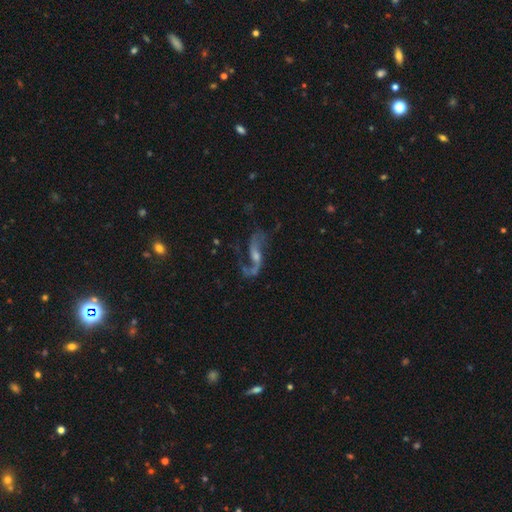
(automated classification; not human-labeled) smooth_or_featured: featured or disk (p=0.83) [alt: star or artifact p=0.09]
disk_edge_on: no (p=0.92) [alt: yes p=0.08]
bar: weak (p=0.42) [alt: no p=0.36]
has_spiral_arms: yes (p=0.93) [alt: no p=0.07]
spiral_winding: loose (p=0.77) [alt: medium p=0.18]
spiral_arm_count: 2 (p=0.86) [alt: 1 p=0.08]
bulge_size: small (p=0.47) [alt: moderate p=0.40]
merging: none (p=0.59) [alt: major disturbance p=0.21]